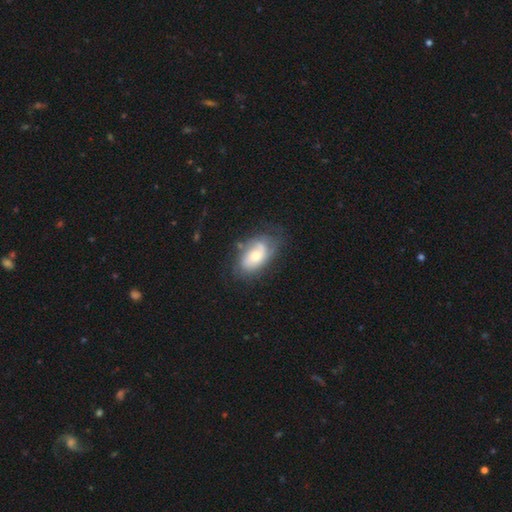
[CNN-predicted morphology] Smooth or featured? Predicted: featured or disk (p=0.53). Edge-on disk? Predicted: no (p=0.93). Merging? Predicted: none (p=0.58).